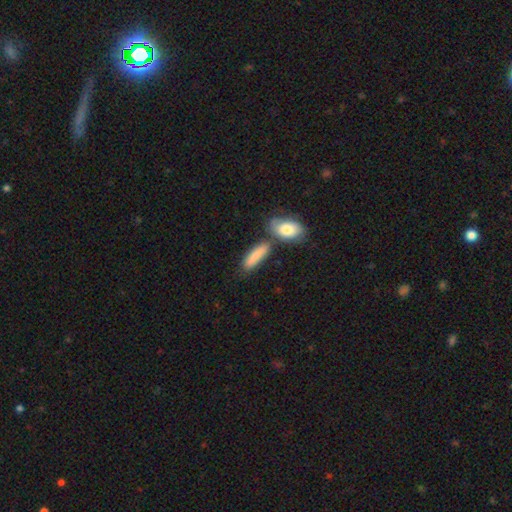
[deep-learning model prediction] The model was most divided on "how rounded": cigar-shaped: 55%, in between: 41%, round: 3%. More confident: smooth or featured — smooth (82%); merging — none (59%).